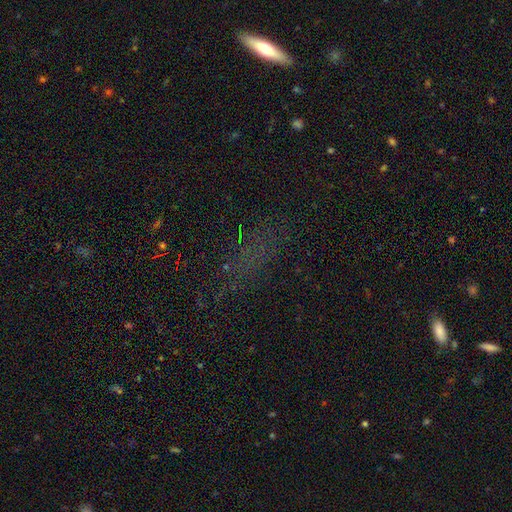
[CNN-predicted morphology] Smooth or featured? Predicted: smooth (p=0.42). Merging? Predicted: none (p=0.70).